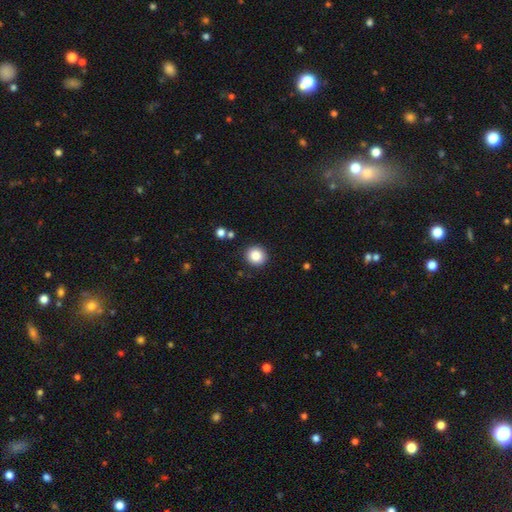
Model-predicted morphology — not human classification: Q: Smooth or featured?
A: smooth (86%); runner-up: star or artifact (9%)
Q: How rounded?
A: round (91%); runner-up: in between (8%)
Q: Merging?
A: none (90%); runner-up: minor disturbance (6%)